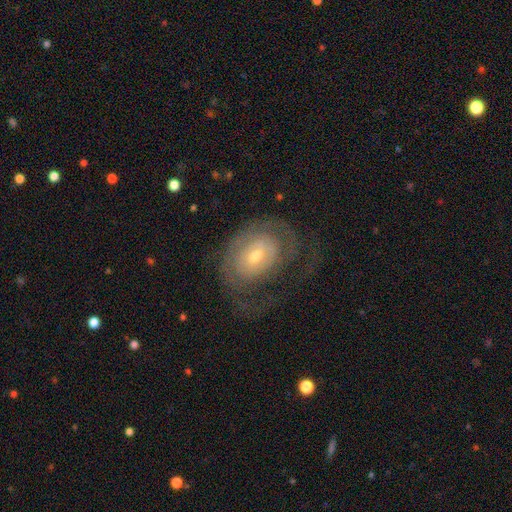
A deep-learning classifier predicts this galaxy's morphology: A featured or disk galaxy (73%) with no bar (59%), tight (55%) spiral arms (77%) and a small central bulge (50%).

Vote fractions:
- Smooth or featured? featured or disk: 73% / smooth: 20% / star or artifact: 7%
- Edge-on disk? no: 95% / yes: 5%
- Bar? no: 59% / weak: 33% / strong: 8%
- Spiral arms? yes: 77% / no: 23%
- Spiral winding? tight: 55% / medium: 28% / loose: 17%
- Spiral arm count? can't tell: 38% / 2: 31% / 1: 20% / 3: 6% / 4: 3% / more than 4: 3%
- Bulge size? small: 50% / moderate: 45% / large: 3% / none: 1% / dominant: 1%
- Merging? none: 53% / major disturbance: 28% / minor disturbance: 17% / merger: 2%